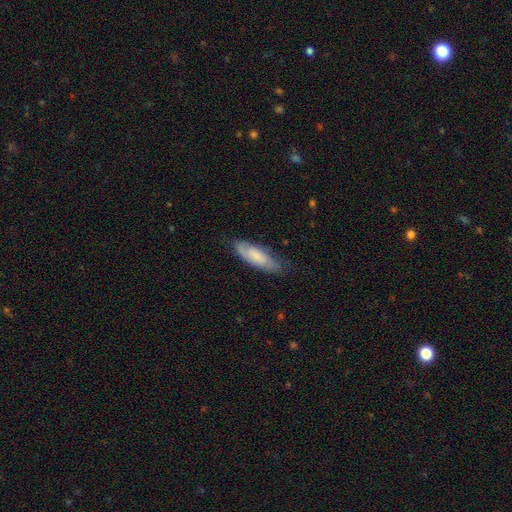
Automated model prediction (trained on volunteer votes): smooth 61%, featured or disk 33%, star or artifact 6%. Down the decision tree: how rounded — in between (55%); merging — none (68%).